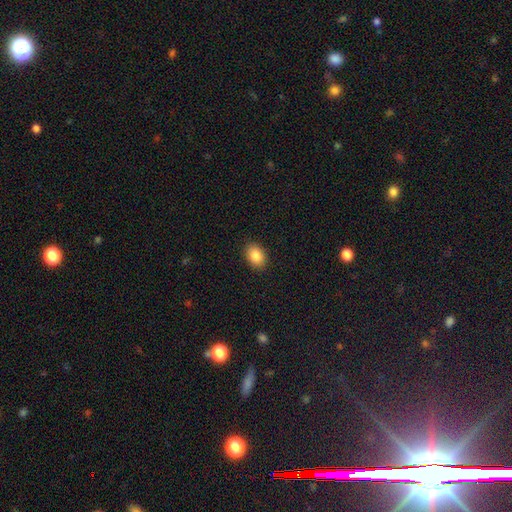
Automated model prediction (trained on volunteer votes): Q: Smooth or featured?
A: smooth (86%); runner-up: star or artifact (8%)
Q: How rounded?
A: in between (80%); runner-up: round (19%)
Q: Merging?
A: none (90%); runner-up: minor disturbance (7%)